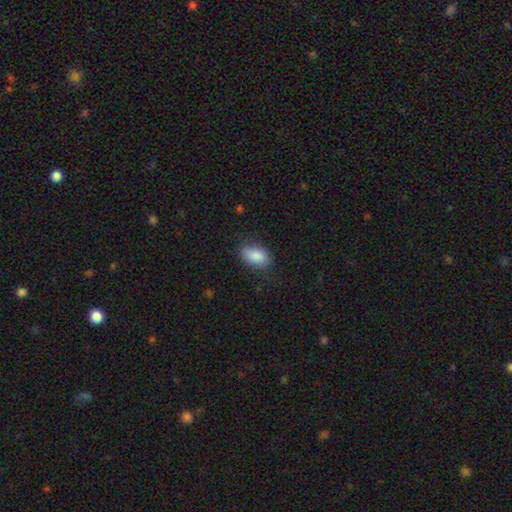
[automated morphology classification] smooth-or-featured: smooth: 86% | star or artifact: 7% | featured or disk: 7%
  how-rounded: in between: 91% | round: 5% | cigar-shaped: 4%
  merging: none: 80% | minor disturbance: 15% | major disturbance: 4% | merger: 1%